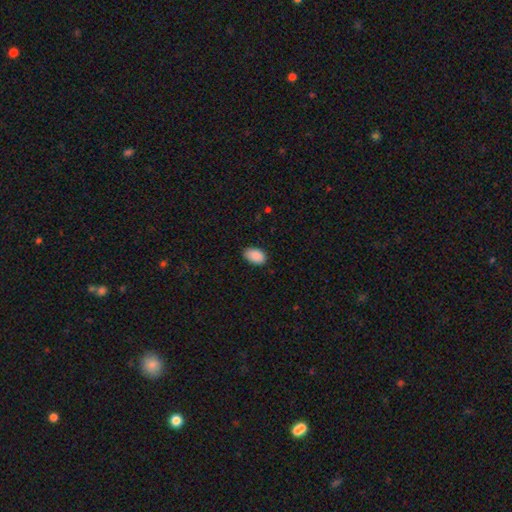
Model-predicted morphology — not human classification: This appears to be a smooth galaxy with no disk features (90%) that is in between round and cigar-shaped (90%). Merging: none (82%).